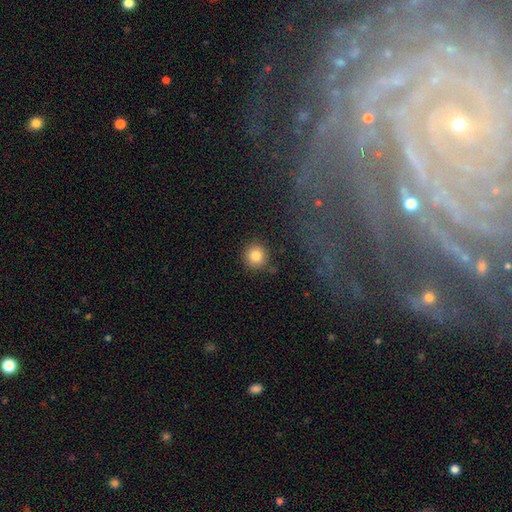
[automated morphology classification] Smooth or featured? smooth (85%)
How rounded? round (93%)
Merging? none (87%)